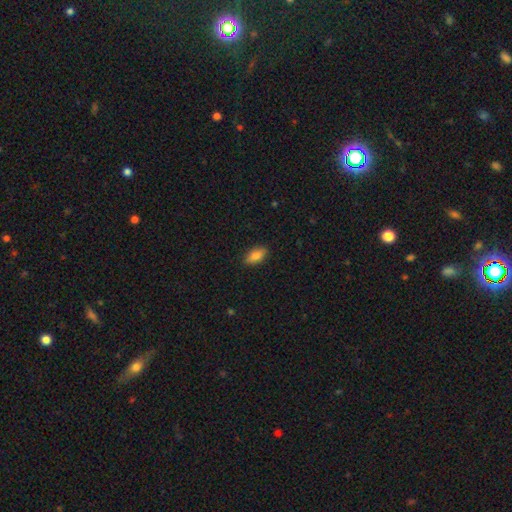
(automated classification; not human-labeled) A smooth galaxy with no disk features (83%) that is in between round and cigar-shaped (90%). Merging: none (88%).